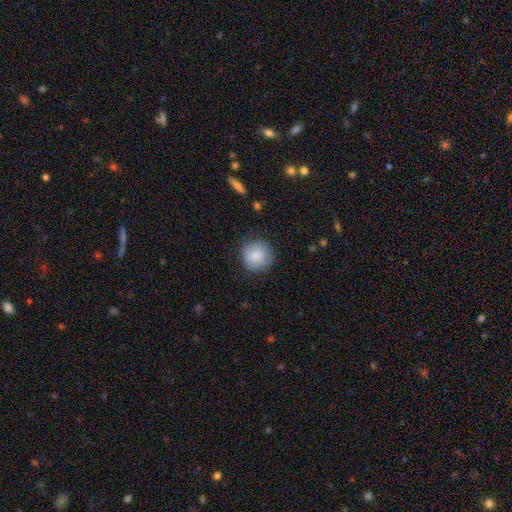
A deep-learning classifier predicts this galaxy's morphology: A smooth galaxy with no disk features (85%) that is round (93%). Merging: none (82%).